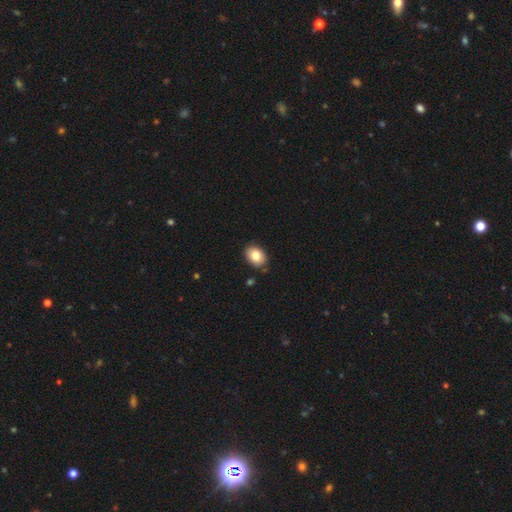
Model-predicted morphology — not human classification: smooth 82%, featured or disk 10%, star or artifact 8%. Down the decision tree: how rounded — in between (72%); merging — none (83%).